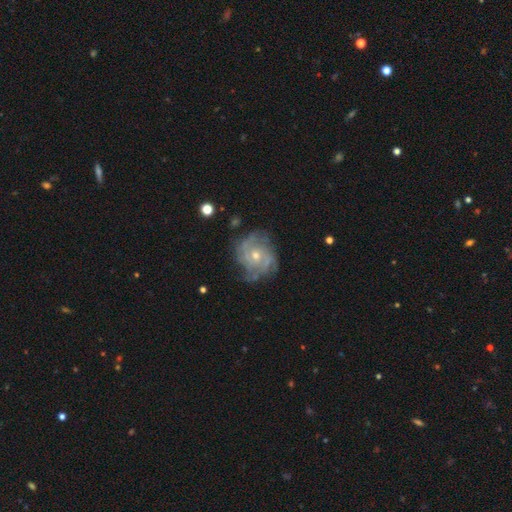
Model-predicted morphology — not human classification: Smooth or featured: featured or disk — 84% (star or artifact — 8%)
Edge-on disk: no — 97% (yes — 3%)
Bar: no — 75% (weak — 21%)
Spiral arms: yes — 95% (no — 5%)
Spiral winding: tight — 52% (medium — 37%)
Spiral arm count: can't tell — 27% (3 — 26%)
Bulge size: small — 53% (moderate — 44%)
Merging: none — 74% (minor disturbance — 17%)